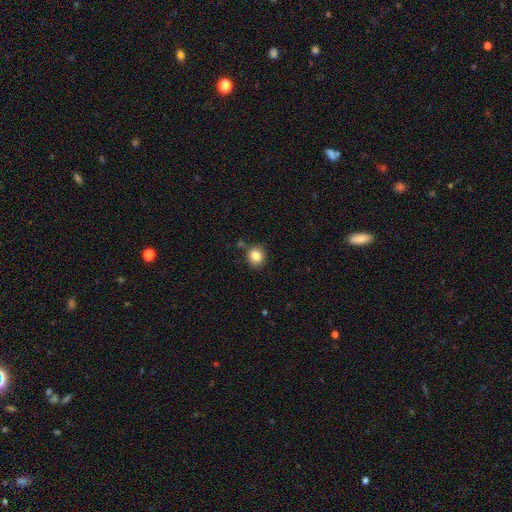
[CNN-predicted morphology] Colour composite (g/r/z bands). It shows a smooth galaxy with no disk features (83%) that is round (84%). Merging: none (80%).